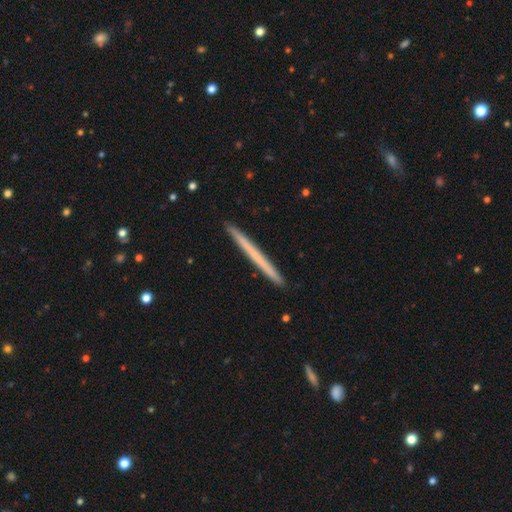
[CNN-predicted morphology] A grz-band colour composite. It shows a smooth galaxy with no disk features (54%) that is cigar-shaped (98%). Merging: none (92%).